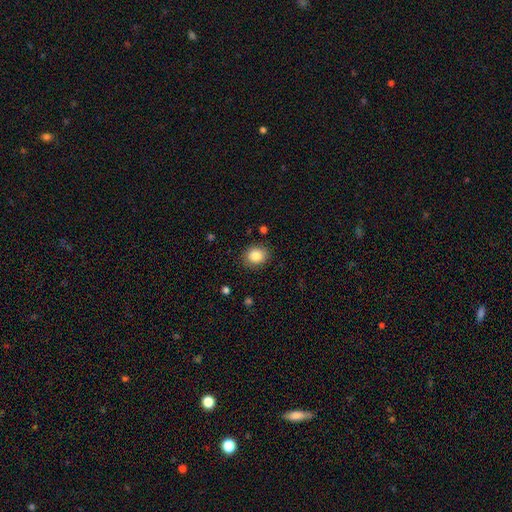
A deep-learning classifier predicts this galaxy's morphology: This is clearly a smooth galaxy (85%). How rounded: likely round (67%). Merging: clearly none (87%).